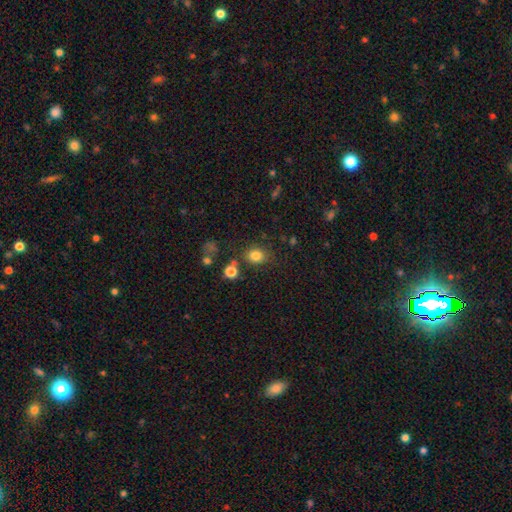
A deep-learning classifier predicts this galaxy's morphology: smooth-or-featured: smooth: 80% | star or artifact: 13% | featured or disk: 6%
  how-rounded: round: 65% | in between: 34% | cigar-shaped: 1%
  merging: none: 76% | minor disturbance: 12% | merger: 7% | major disturbance: 5%